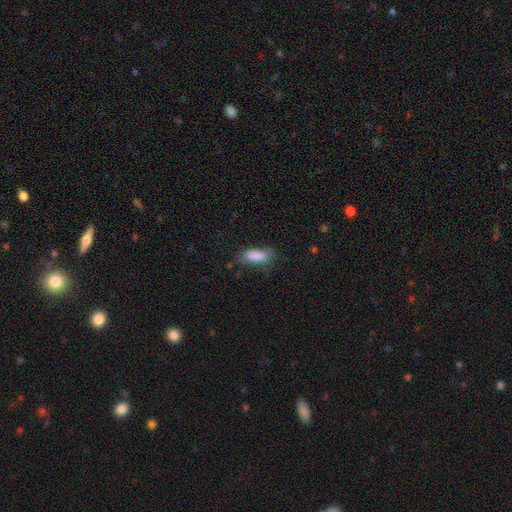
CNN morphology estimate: This is clearly a smooth galaxy (83%). How rounded: likely in between (77%). Merging: possibly none (55%).